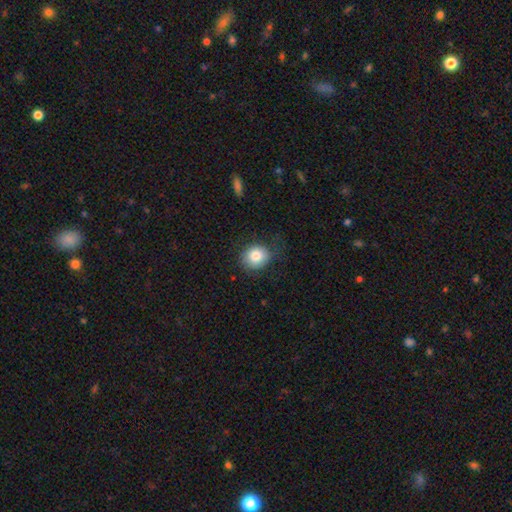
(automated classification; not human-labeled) Smooth or featured? Predicted: smooth (p=0.82). How rounded? Predicted: round (p=0.78). Merging? Predicted: none (p=0.72).